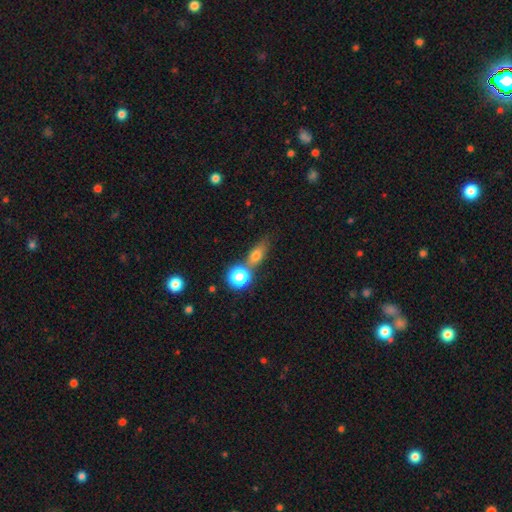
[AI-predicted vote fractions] Q: Smooth or featured?
A: smooth (69%); runner-up: star or artifact (17%)
Q: How rounded?
A: in between (53%); runner-up: round (28%)
Q: Merging?
A: none (53%); runner-up: merger (28%)